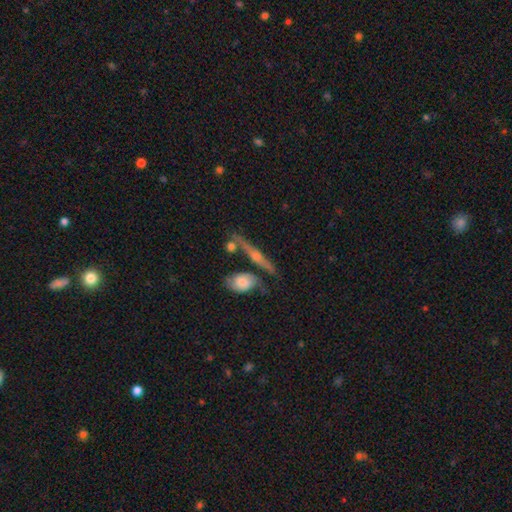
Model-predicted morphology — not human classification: A featured or disk galaxy (69%) viewed edge-on (90%) with a rounded central bulge (82%).

Vote fractions:
- Smooth or featured? featured or disk: 69% / smooth: 22% / star or artifact: 10%
- Edge-on disk? yes: 90% / no: 10%
- Edge-on bulge? rounded: 82% / none: 10% / boxy: 8%
- Merging? none: 66% / minor disturbance: 15% / merger: 14% / major disturbance: 6%